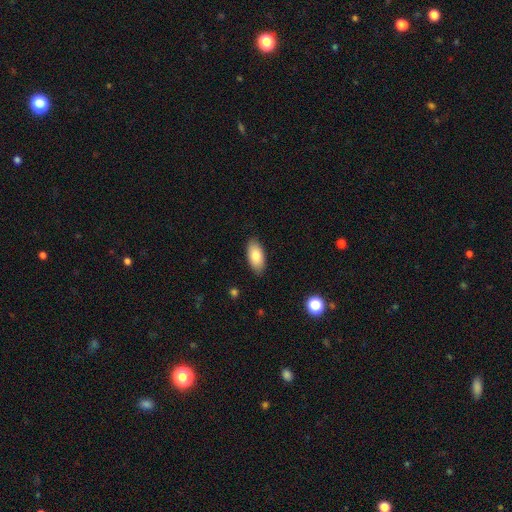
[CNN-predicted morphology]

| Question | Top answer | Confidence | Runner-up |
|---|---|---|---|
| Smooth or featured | smooth | 83% | featured or disk (10%) |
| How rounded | in between | 92% | cigar-shaped (5%) |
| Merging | none | 87% | minor disturbance (10%) |